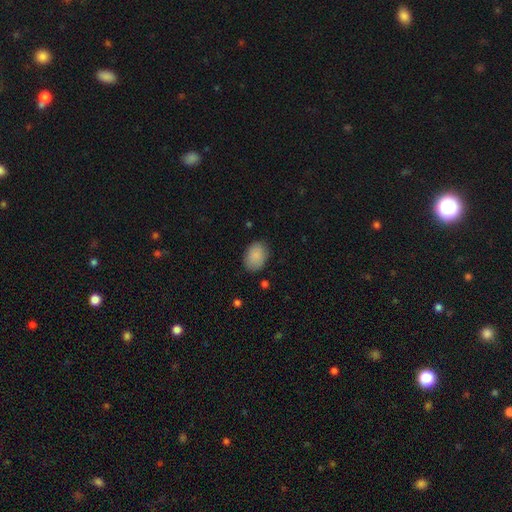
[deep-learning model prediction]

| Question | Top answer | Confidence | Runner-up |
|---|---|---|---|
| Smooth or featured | smooth | 88% | star or artifact (7%) |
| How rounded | in between | 77% | round (22%) |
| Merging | none | 82% | minor disturbance (14%) |